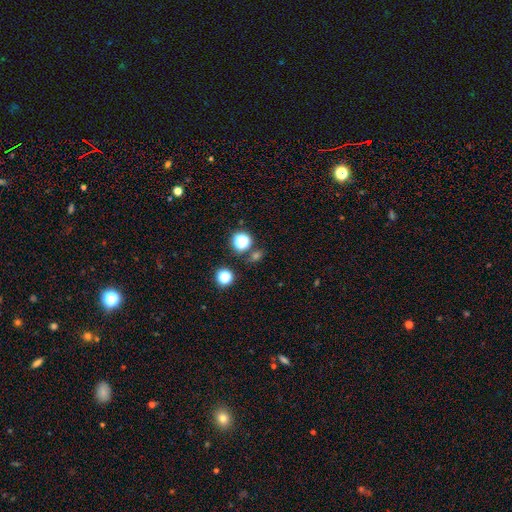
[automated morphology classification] Smooth or featured: smooth — 47% (star or artifact — 44%)
Merging: none — 76% (merger — 10%)